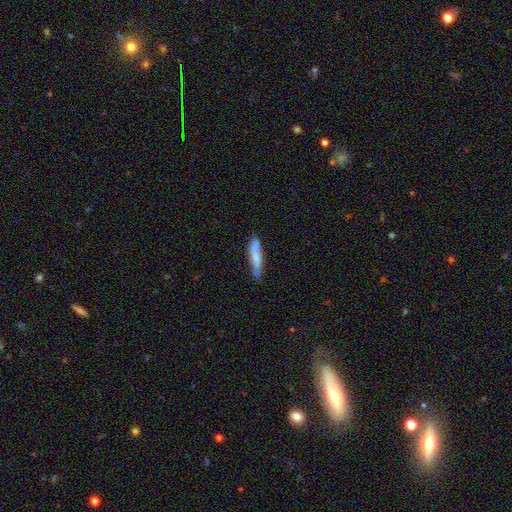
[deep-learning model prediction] This is likely a smooth galaxy (67%). How rounded: likely cigar-shaped (78%). Merging: likely none (73%).